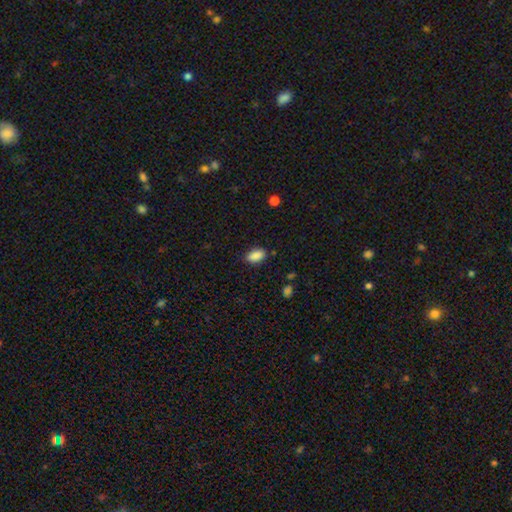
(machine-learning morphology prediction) The model was most divided on "merging": none: 84%, minor disturbance: 12%, major disturbance: 3%, merger: 1%. More confident: how rounded — in between (91%); smooth or featured — smooth (89%).